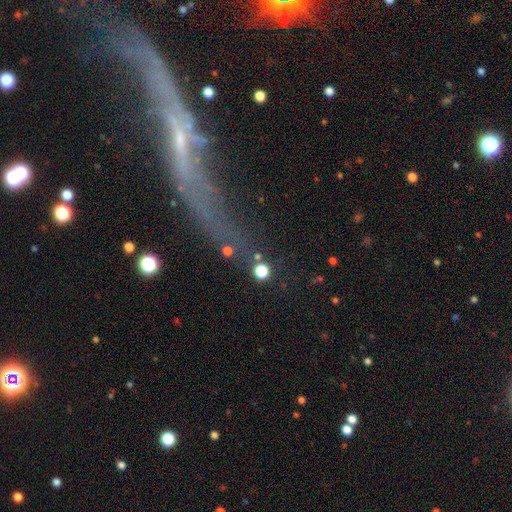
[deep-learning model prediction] Smooth or featured: featured or disk — 55% (smooth — 23%)
Edge-on disk: no — 56% (yes — 44%)
Merging: none — 44% (major disturbance — 26%)